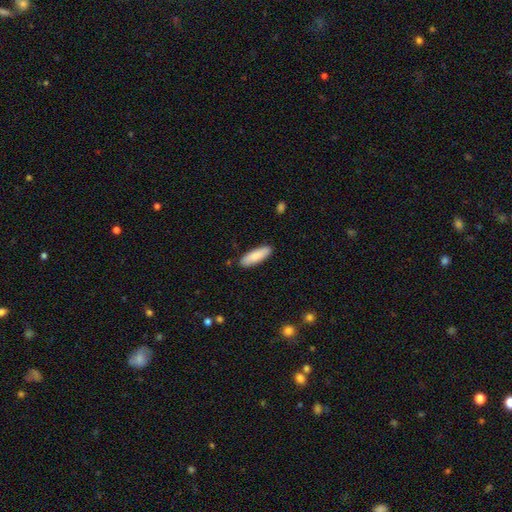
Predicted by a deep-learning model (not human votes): A smooth galaxy with no disk features (85%) that is in between round and cigar-shaped (51%). Merging: none (88%).